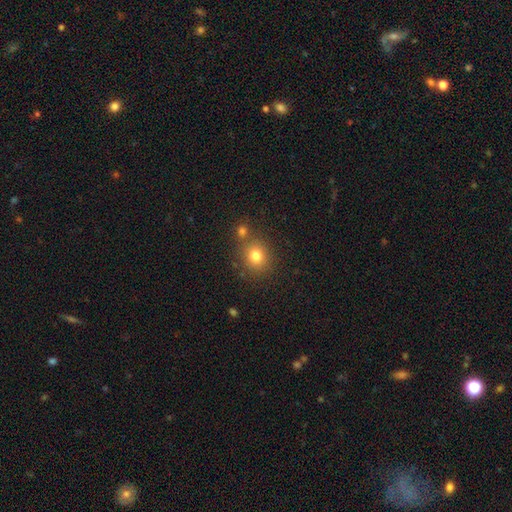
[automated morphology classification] Overall: smooth (78%). How rounded: round (78%). Merging: none (71%).